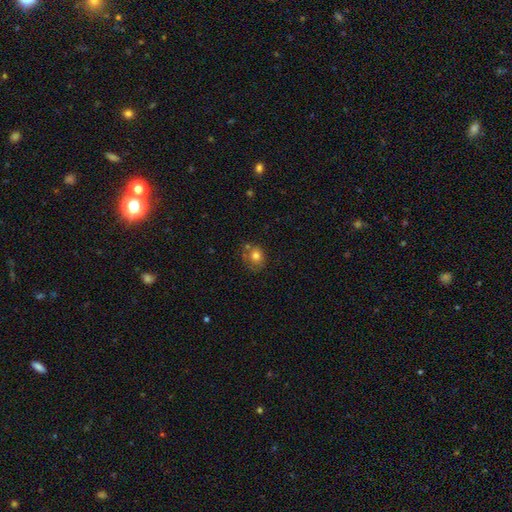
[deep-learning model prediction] Smooth or featured? smooth (75%)
How rounded? round (69%)
Merging? none (55%)